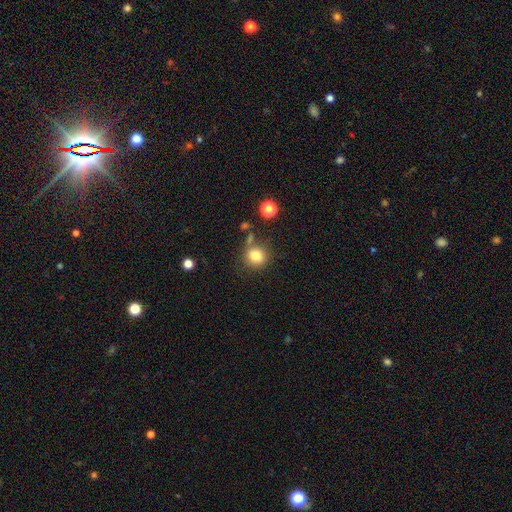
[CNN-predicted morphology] type=smooth (81%); roundness=round (86%); merging=none (76%).